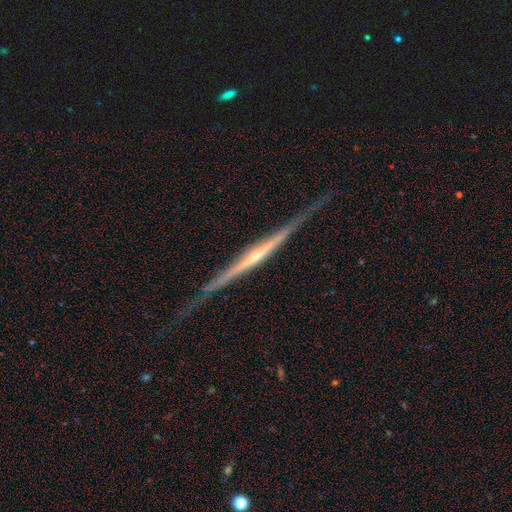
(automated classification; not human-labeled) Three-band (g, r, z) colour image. It shows a featured or disk galaxy (84%) viewed edge-on (98%) with a rounded central bulge (47%). Merging: none (79%).